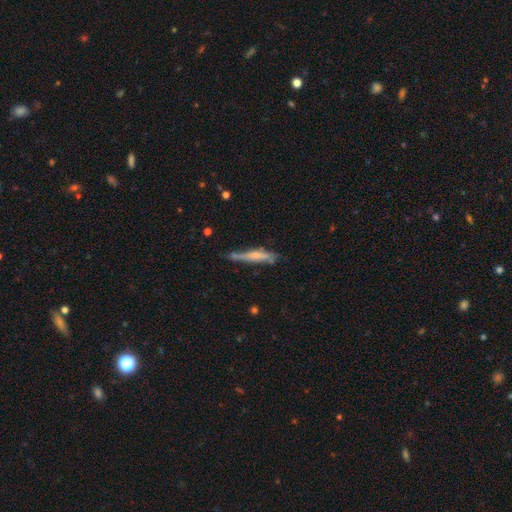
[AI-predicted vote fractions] Smooth or featured: smooth — 47% (featured or disk — 46%)
Merging: none — 54% (minor disturbance — 29%)